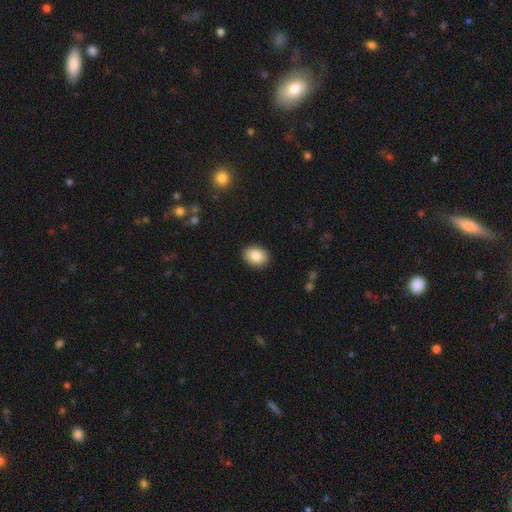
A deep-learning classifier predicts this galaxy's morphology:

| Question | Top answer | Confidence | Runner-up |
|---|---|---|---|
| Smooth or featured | smooth | 85% | star or artifact (8%) |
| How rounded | in between | 68% | round (31%) |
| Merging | none | 90% | minor disturbance (8%) |